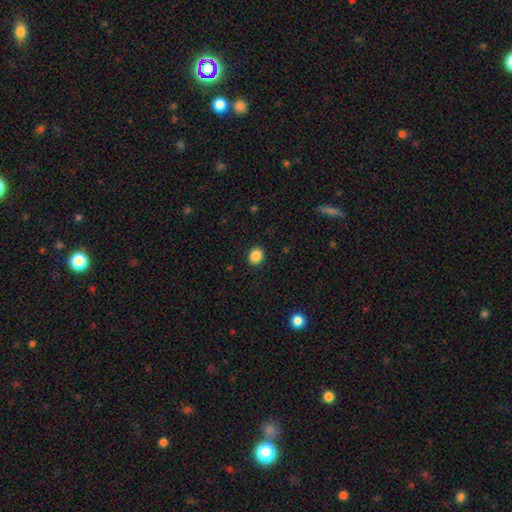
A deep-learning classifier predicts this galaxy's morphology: Smooth or featured?
  - smooth: 87% *
  - star or artifact: 10%
  - featured or disk: 3%
How rounded?
  - round: 60% *
  - in between: 40%
  - cigar-shaped: 1%
Merging?
  - none: 90% *
  - minor disturbance: 7%
  - major disturbance: 2%
  - merger: 1%